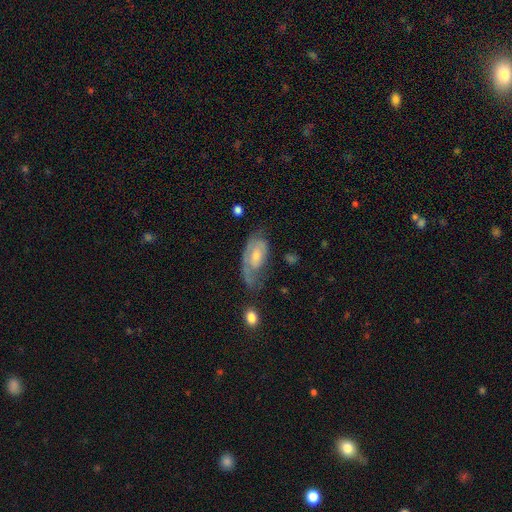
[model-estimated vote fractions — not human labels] smooth-or-featured: featured or disk: 65% | smooth: 27% | star or artifact: 8%
  disk-edge-on: no: 91% | yes: 9%
    bar: no: 63% | weak: 31% | strong: 6%
    has-spiral-arms: yes: 76% | no: 24%
    bulge-size: small: 46% | moderate: 43% | none: 5% | large: 4% | dominant: 1%
  merging: none: 44% | minor disturbance: 28% | major disturbance: 23% | merger: 4%